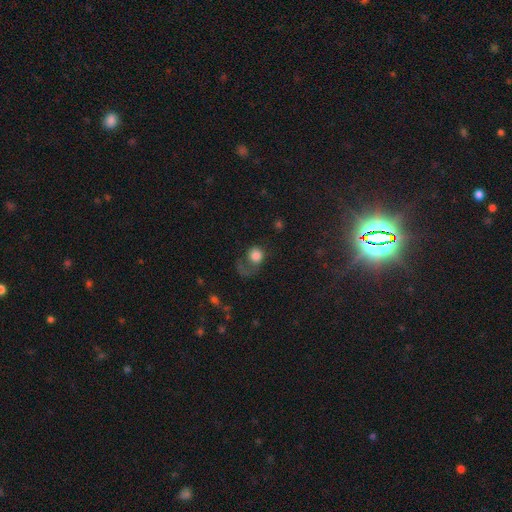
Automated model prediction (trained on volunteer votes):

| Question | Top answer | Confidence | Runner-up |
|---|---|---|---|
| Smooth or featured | smooth | 74% | featured or disk (16%) |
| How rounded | round | 73% | in between (26%) |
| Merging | major disturbance | 49% | none (28%) |